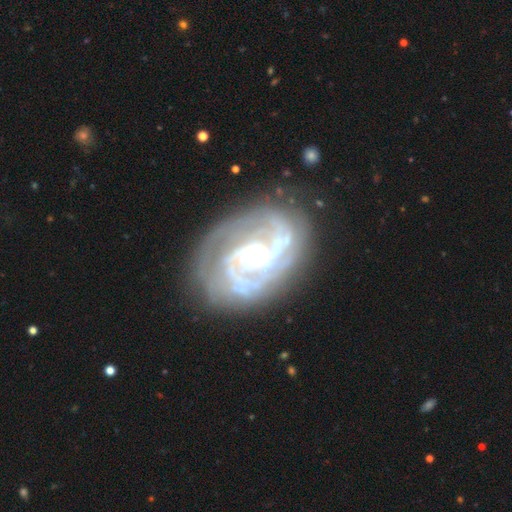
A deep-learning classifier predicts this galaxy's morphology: Q: Smooth or featured?
A: featured or disk (87%); runner-up: smooth (7%)
Q: Edge-on disk?
A: no (97%); runner-up: yes (3%)
Q: Bar?
A: no (62%); runner-up: weak (28%)
Q: Spiral arms?
A: yes (95%); runner-up: no (5%)
Q: Spiral winding?
A: tight (64%); runner-up: medium (29%)
Q: Spiral arm count?
A: 2 (31%); runner-up: can't tell (25%)
Q: Bulge size?
A: small (48%); runner-up: moderate (44%)
Q: Merging?
A: none (70%); runner-up: minor disturbance (18%)